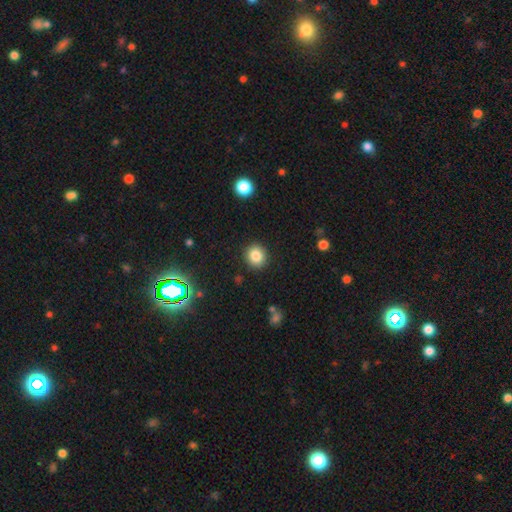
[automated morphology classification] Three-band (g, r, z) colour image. It shows a smooth galaxy with no disk features (83%) that is round (86%). Merging: none (90%).